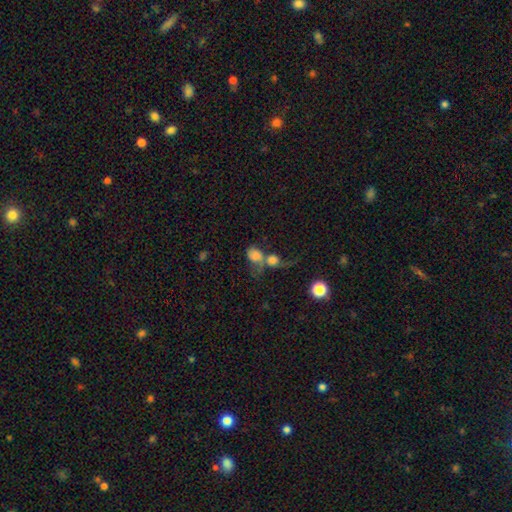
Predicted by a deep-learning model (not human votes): The model was most divided on "how rounded": in between: 51%, round: 47%, cigar-shaped: 2%. More confident: merging — merger (68%); smooth or featured — smooth (67%).